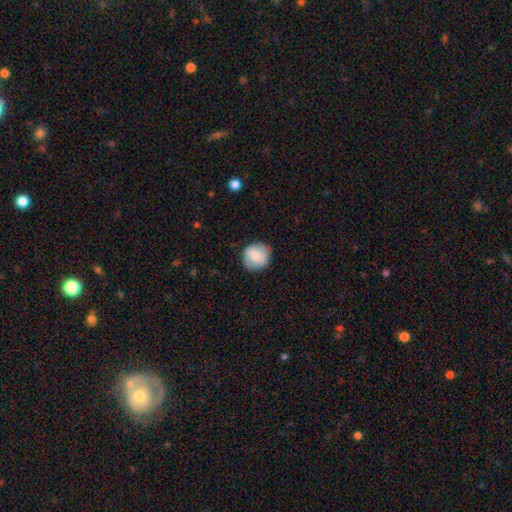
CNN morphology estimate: type=smooth (71%); roundness=round (87%); merging=none (81%).